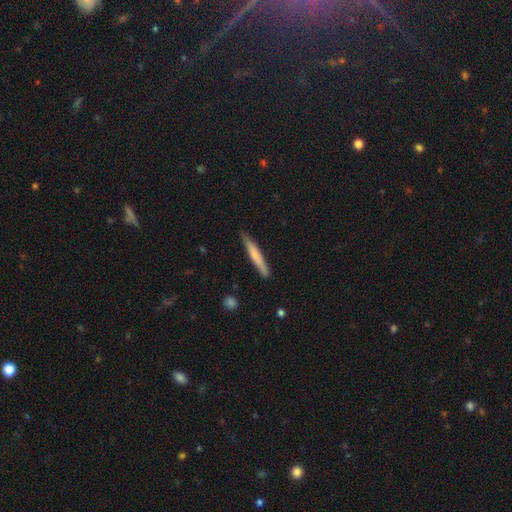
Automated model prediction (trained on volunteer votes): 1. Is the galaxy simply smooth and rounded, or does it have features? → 67% smooth, 28% featured or disk, 5% star or artifact.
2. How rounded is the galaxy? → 95% cigar-shaped, 4% in between, 1% round.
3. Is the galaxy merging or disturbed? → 85% none, 12% minor disturbance, 2% major disturbance, 1% merger.